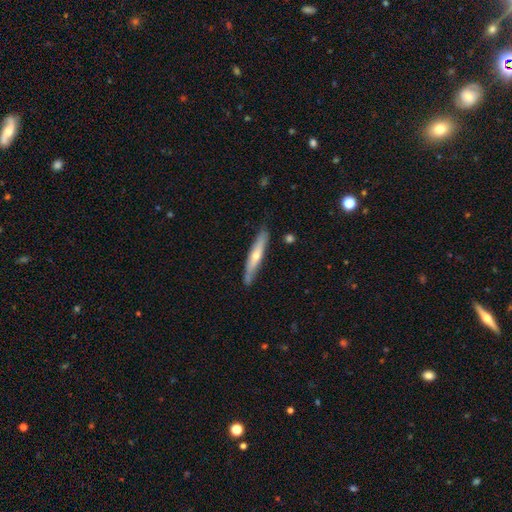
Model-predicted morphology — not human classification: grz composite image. It shows a featured or disk galaxy (50%) viewed edge-on (86%). Merging: none (83%).